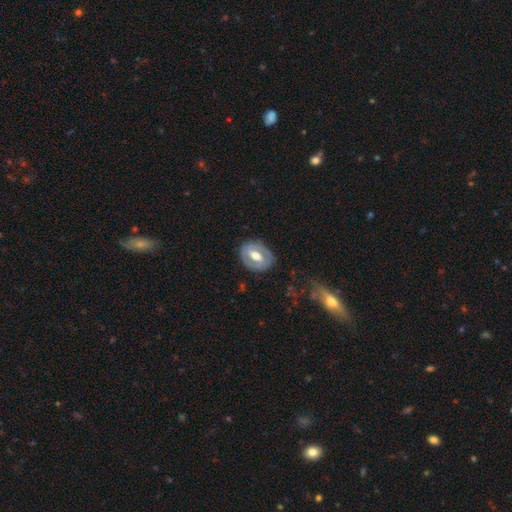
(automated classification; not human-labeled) smooth_or_featured: featured or disk (p=0.66) [alt: smooth p=0.29]
disk_edge_on: no (p=0.95) [alt: yes p=0.05]
bar: weak (p=0.41) [alt: strong p=0.36]
has_spiral_arms: yes (p=0.52) [alt: no p=0.48]
bulge_size: moderate (p=0.64) [alt: large p=0.24]
merging: none (p=0.79) [alt: minor disturbance p=0.15]